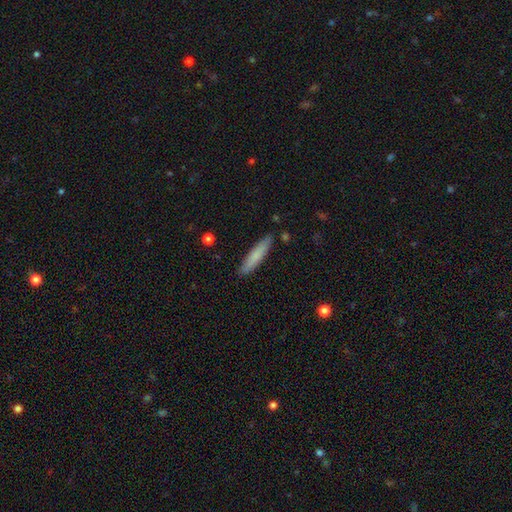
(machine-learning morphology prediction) Overall: smooth (77%). How rounded: cigar-shaped (88%). Merging: none (88%).